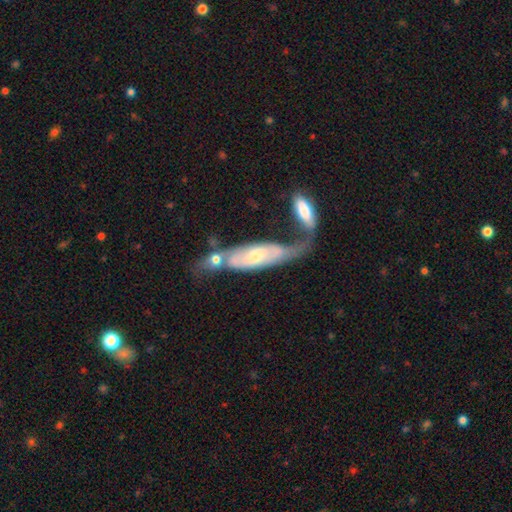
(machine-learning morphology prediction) smooth-or-featured: featured or disk: 63% | smooth: 31% | star or artifact: 6%
  disk-edge-on: no: 75% | yes: 25%
  merging: merger: 50% | none: 22% | major disturbance: 14% | minor disturbance: 14%